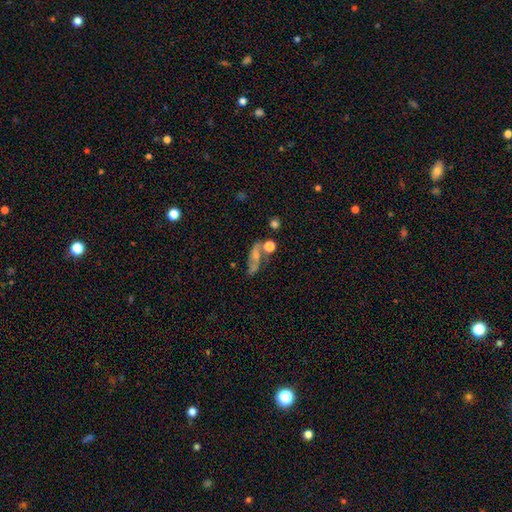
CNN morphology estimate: type=featured or disk (51%); edge-on=no (86%); merging=none (47%).